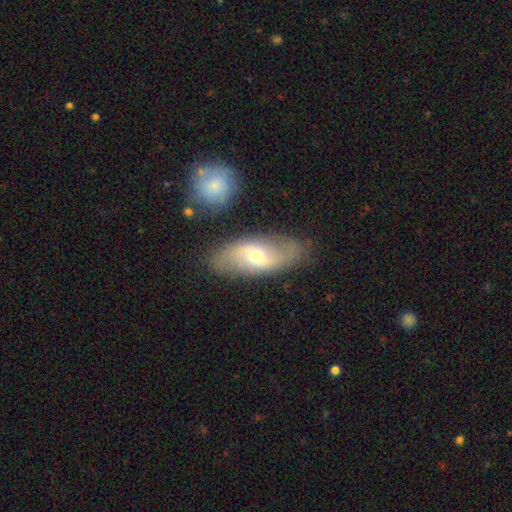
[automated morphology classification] Smooth or featured? Predicted: featured or disk (p=0.61). Edge-on disk? Predicted: no (p=0.88). Bar? Predicted: no (p=0.46). Spiral arms? Predicted: yes (p=0.76). Bulge size? Predicted: moderate (p=0.51). Merging? Predicted: none (p=0.79).